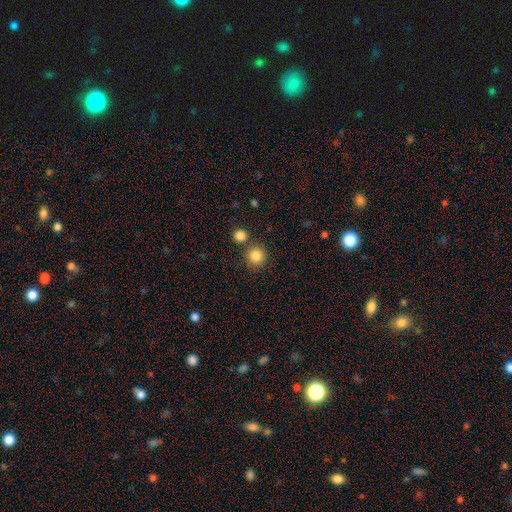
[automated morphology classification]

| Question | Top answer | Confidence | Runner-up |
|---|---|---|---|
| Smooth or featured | smooth | 85% | star or artifact (10%) |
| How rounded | round | 93% | in between (6%) |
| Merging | none | 78% | merger (12%) |